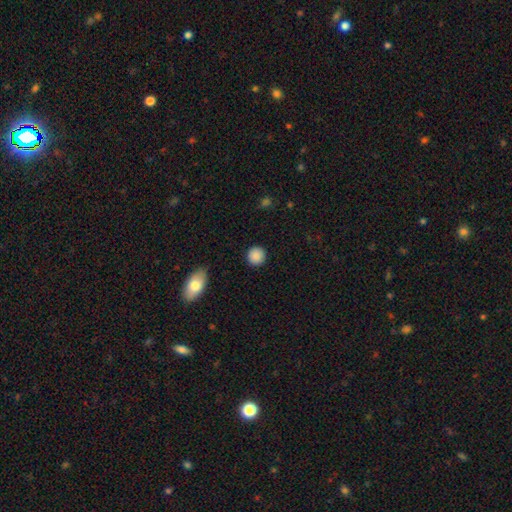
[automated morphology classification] type=smooth (88%); roundness=round (93%); merging=none (90%).